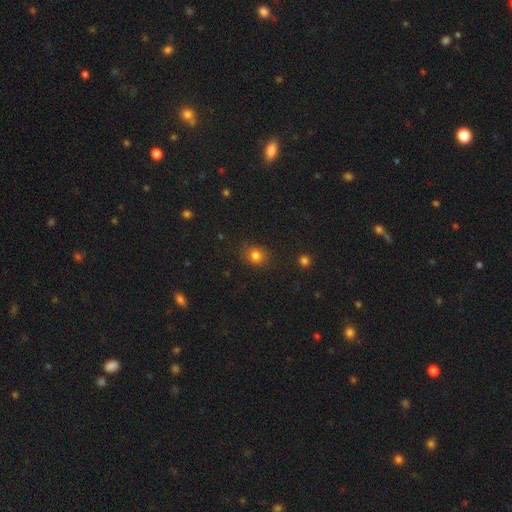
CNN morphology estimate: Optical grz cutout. It shows a smooth galaxy with no disk features (80%) that is round (71%). Merging: none (85%).